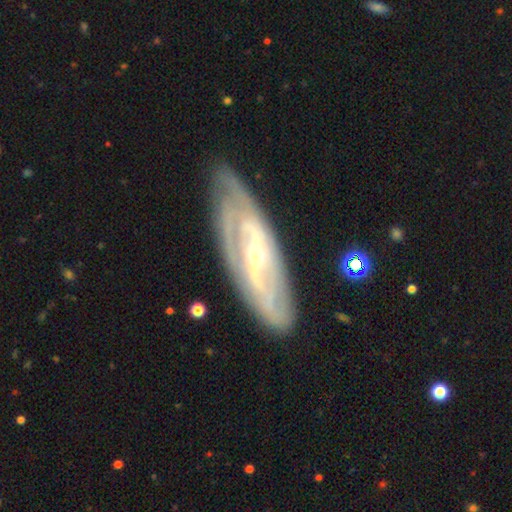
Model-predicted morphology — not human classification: Overall: featured or disk (85%). Edge-on disk: no (82%). Bar: strong (41%; weak 33%). Spiral arms: yes (86%). Spiral arm count: 2 (43%; can't tell 38%). Spiral winding: tight (56%; medium 32%). Bulge size: small (67%; moderate 30%). Merging: none (75%).